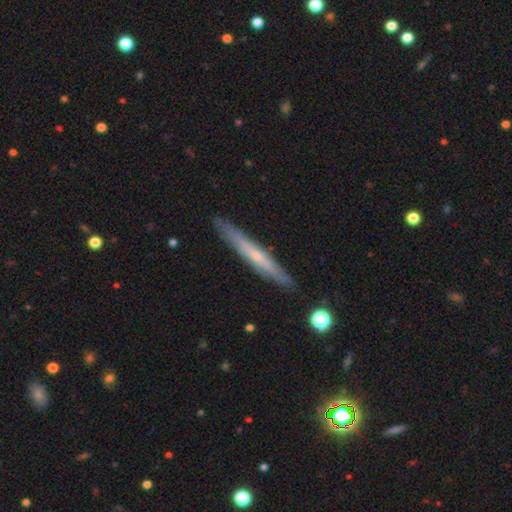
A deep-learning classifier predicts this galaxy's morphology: Overall: featured or disk (56%; smooth 38%). Edge-on disk: yes (93%). Edge-on bulge: none (57%; rounded 38%). Merging: none (89%).